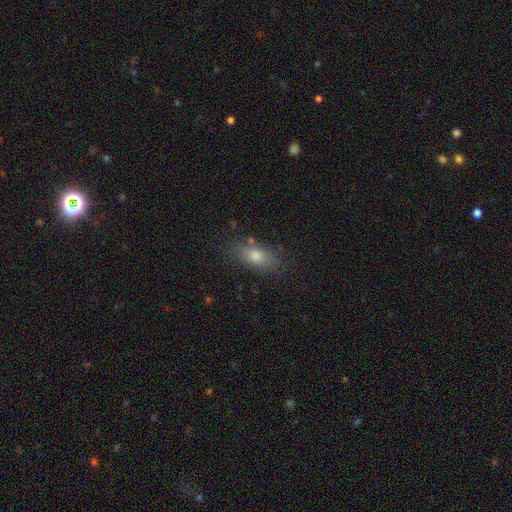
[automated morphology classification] A smooth galaxy with no disk features (75%) that is in between round and cigar-shaped (79%).

Vote fractions:
- Smooth or featured? smooth: 75% / featured or disk: 14% / star or artifact: 11%
- How rounded? in between: 79% / cigar-shaped: 11% / round: 10%
- Merging? none: 80% / minor disturbance: 13% / major disturbance: 4% / merger: 3%